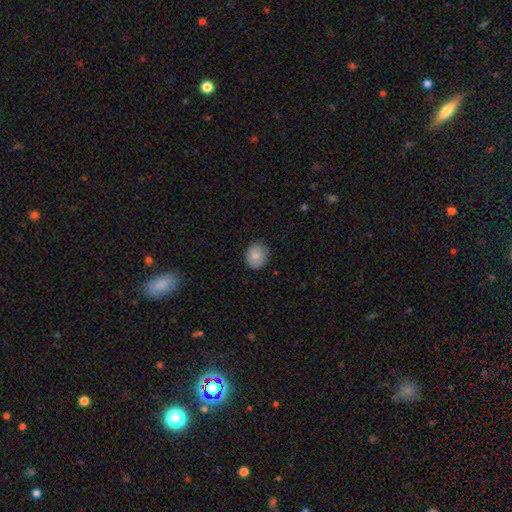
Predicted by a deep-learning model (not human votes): smooth-or-featured: smooth: 85% | featured or disk: 8% | star or artifact: 7%
  how-rounded: round: 72% | in between: 27% | cigar-shaped: 1%
  merging: none: 87% | minor disturbance: 10% | major disturbance: 2% | merger: 1%